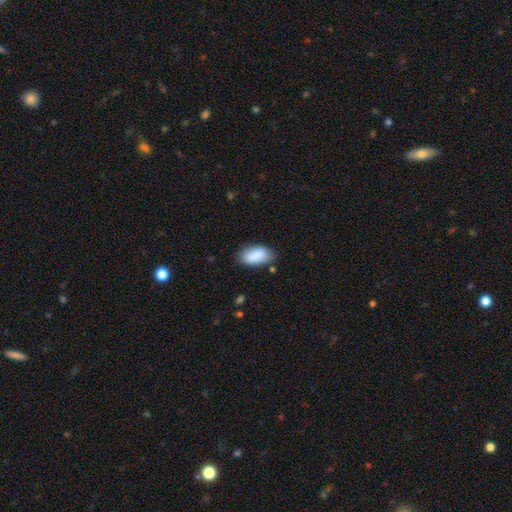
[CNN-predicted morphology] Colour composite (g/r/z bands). It shows a smooth galaxy with no disk features (89%) that is in between round and cigar-shaped (94%). Merging: none (78%).